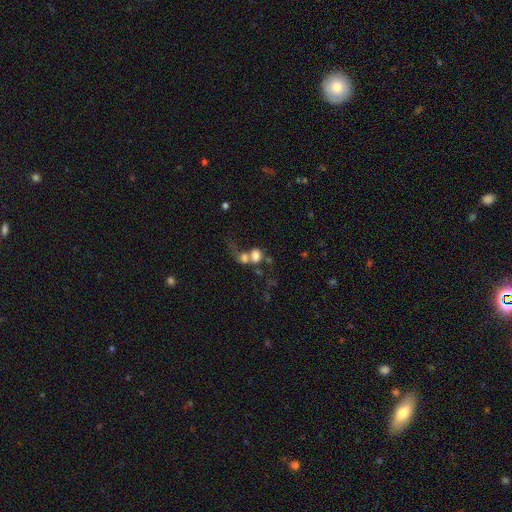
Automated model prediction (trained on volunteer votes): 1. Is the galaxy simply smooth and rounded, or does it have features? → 66% smooth, 22% featured or disk, 12% star or artifact.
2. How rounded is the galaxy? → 55% in between, 43% round, 2% cigar-shaped.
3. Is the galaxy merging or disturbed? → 65% merger, 15% none, 14% major disturbance, 7% minor disturbance.